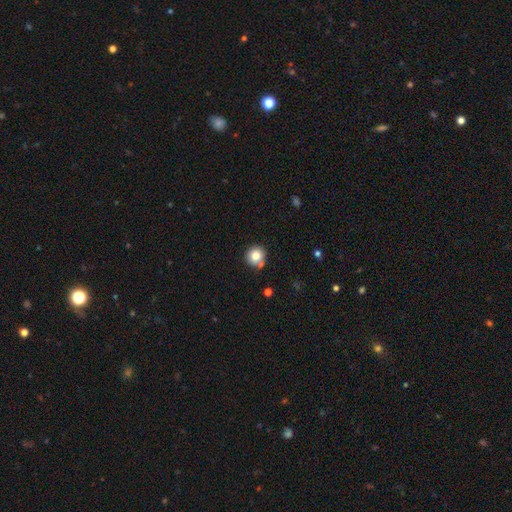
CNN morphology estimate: Smooth or featured? Predicted: smooth (p=0.80). How rounded? Predicted: round (p=0.93). Merging? Predicted: none (p=0.76).